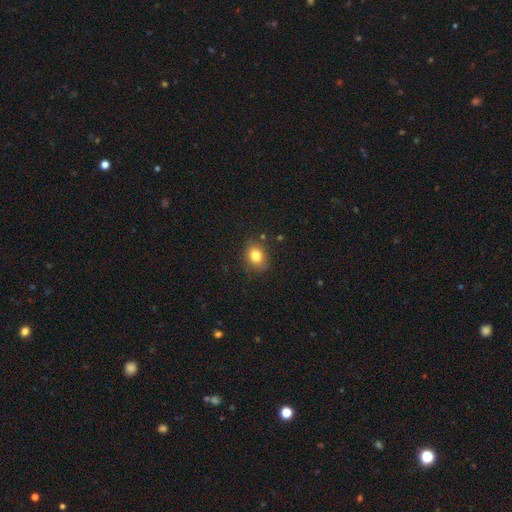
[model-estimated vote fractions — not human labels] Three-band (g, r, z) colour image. It shows a smooth galaxy with no disk features (81%) that is round (63%). Merging: none (82%).